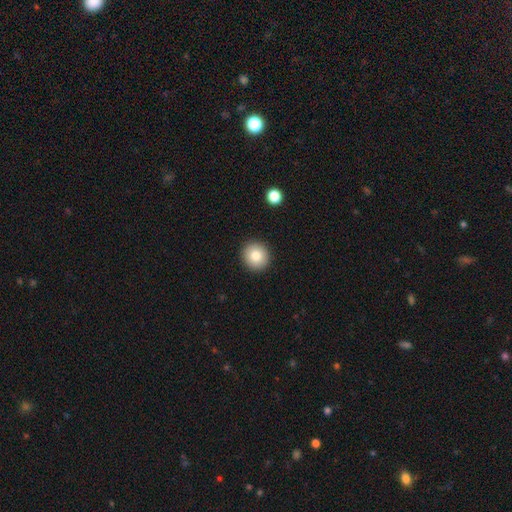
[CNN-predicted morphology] Smooth or featured?
  - smooth: 81% *
  - featured or disk: 10%
  - star or artifact: 9%
How rounded?
  - round: 92% *
  - in between: 7%
  - cigar-shaped: 1%
Merging?
  - none: 92% *
  - minor disturbance: 5%
  - major disturbance: 2%
  - merger: 1%